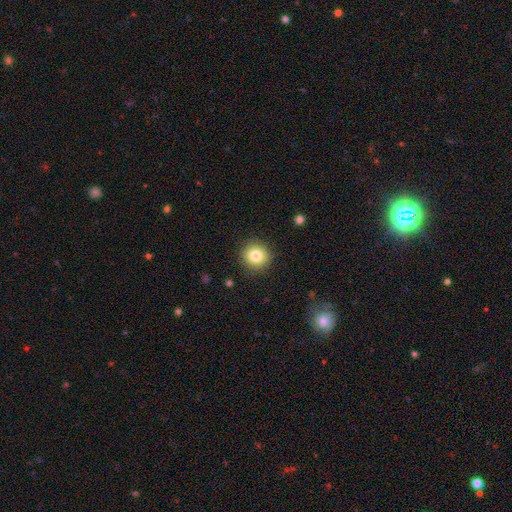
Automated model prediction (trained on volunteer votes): A smooth galaxy with no disk features (82%) that is round (92%). Merging: none (90%).